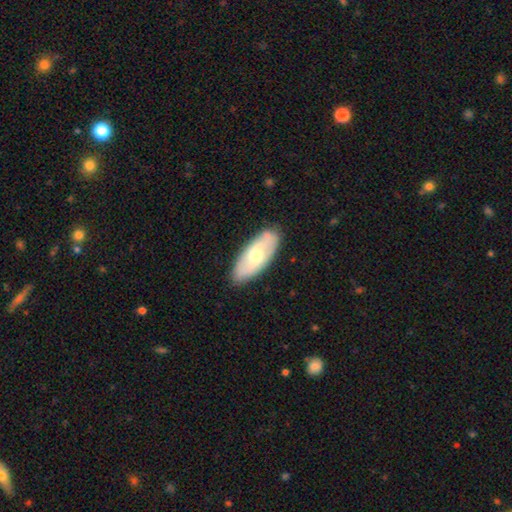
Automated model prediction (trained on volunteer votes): This appears to be a smooth galaxy with no disk features (50%) that is in between round and cigar-shaped (84%). Merging: none (84%).